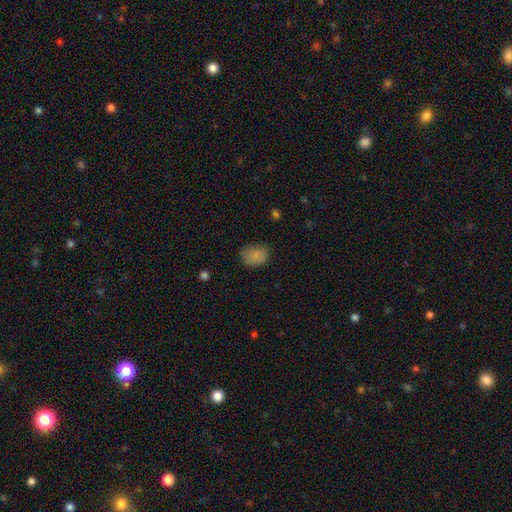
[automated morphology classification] Smooth or featured? smooth (83%)
How rounded? in between (65%)
Merging? none (71%)